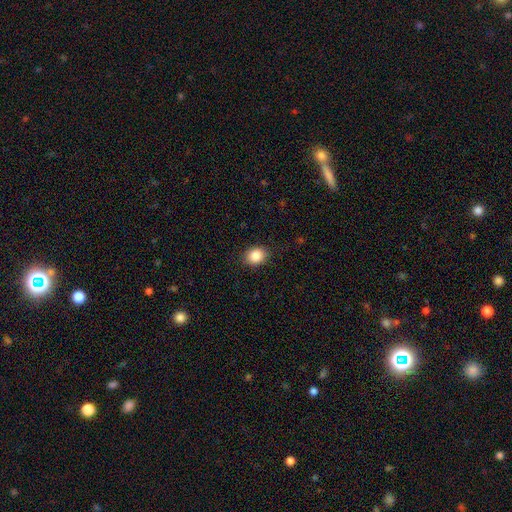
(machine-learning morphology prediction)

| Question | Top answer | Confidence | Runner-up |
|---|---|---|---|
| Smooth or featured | smooth | 86% | star or artifact (9%) |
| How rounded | round | 51% | in between (49%) |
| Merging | none | 87% | minor disturbance (9%) |